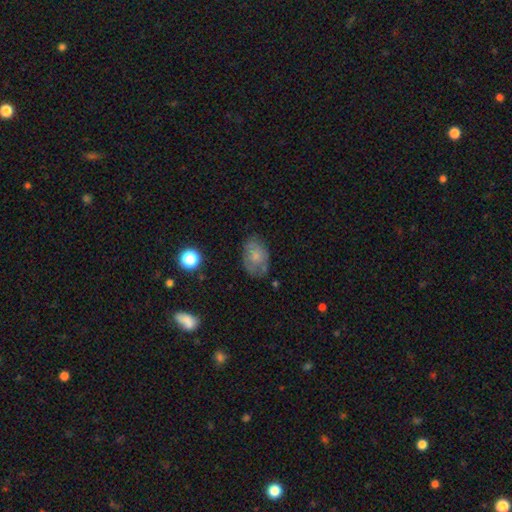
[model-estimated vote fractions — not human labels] The model was most divided on "smooth or featured": smooth: 63%, featured or disk: 28%, star or artifact: 9%. More confident: how rounded — in between (81%); merging — none (63%).